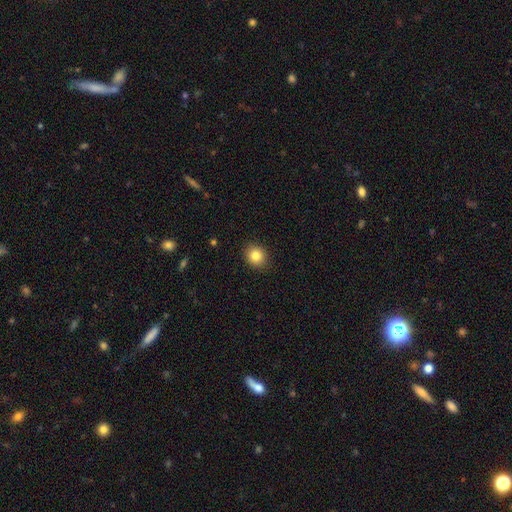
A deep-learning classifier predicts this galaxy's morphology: smooth 84%, star or artifact 10%, featured or disk 6%. Down the decision tree: how rounded — round (77%); merging — none (90%).